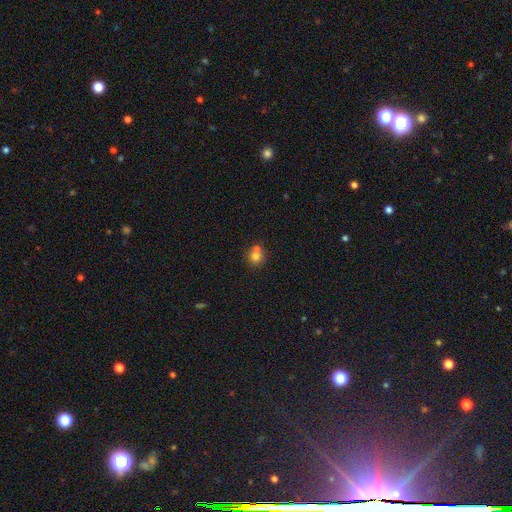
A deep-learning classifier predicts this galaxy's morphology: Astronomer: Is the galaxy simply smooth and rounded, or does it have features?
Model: smooth — 76%.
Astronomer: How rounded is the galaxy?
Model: round — 87%.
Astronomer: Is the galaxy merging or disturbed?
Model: none — 53% (runner-up: merger, 36%).